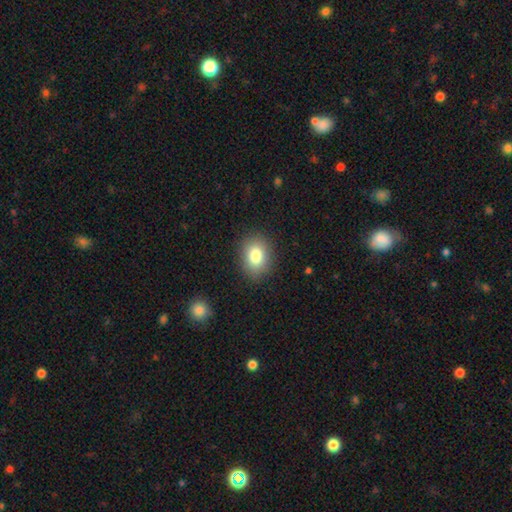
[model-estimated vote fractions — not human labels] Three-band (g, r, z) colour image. It shows a smooth galaxy with no disk features (82%) that is in between round and cigar-shaped (60%). Merging: none (87%).